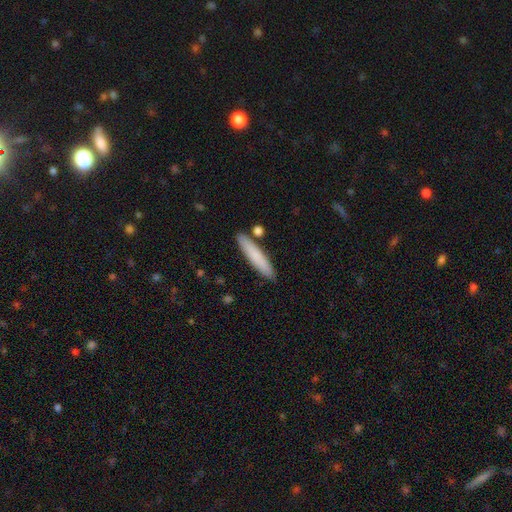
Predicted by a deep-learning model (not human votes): Smooth or featured?
  - smooth: 79% *
  - featured or disk: 15%
  - star or artifact: 6%
How rounded?
  - cigar-shaped: 88% *
  - in between: 10%
  - round: 1%
Merging?
  - none: 85% *
  - minor disturbance: 9%
  - merger: 4%
  - major disturbance: 2%